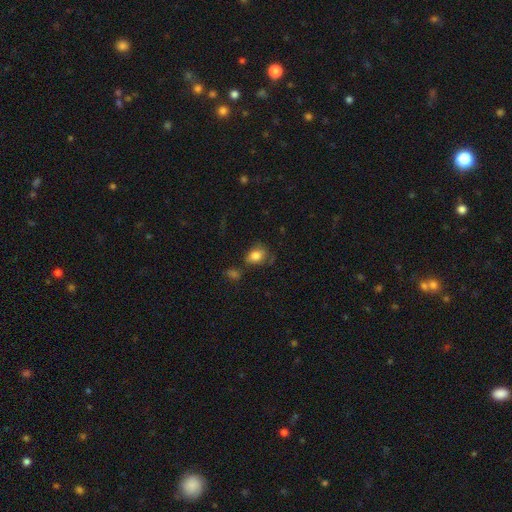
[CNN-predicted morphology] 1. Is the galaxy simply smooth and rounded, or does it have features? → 81% smooth, 10% star or artifact, 9% featured or disk.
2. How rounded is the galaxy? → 57% in between, 41% round, 1% cigar-shaped.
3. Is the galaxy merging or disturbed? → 56% none, 26% minor disturbance, 10% major disturbance, 8% merger.